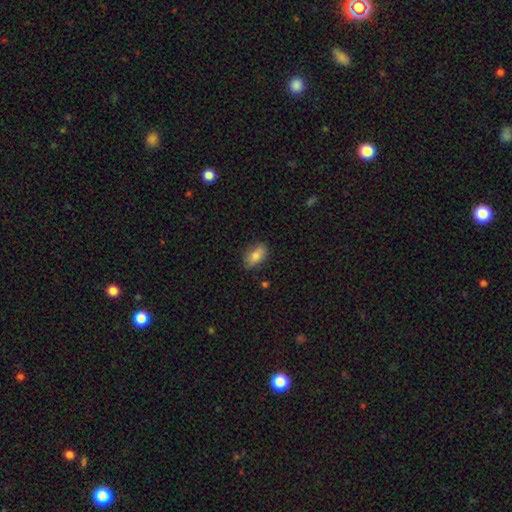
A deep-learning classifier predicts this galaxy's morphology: A smooth galaxy with no disk features (82%) that is in between round and cigar-shaped (89%). Merging: none (80%).